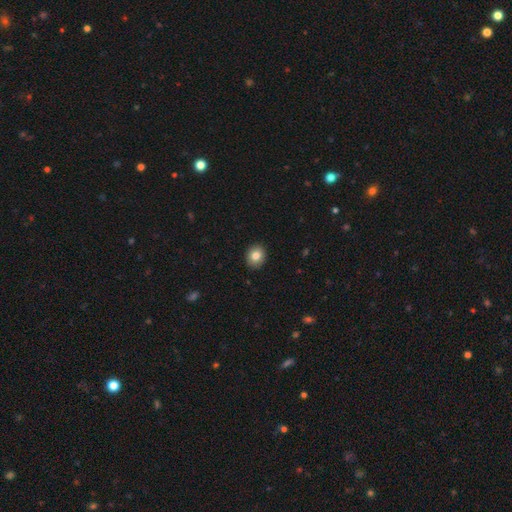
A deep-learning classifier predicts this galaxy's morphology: smooth_or_featured: smooth (p=0.82) [alt: star or artifact p=0.09]
how_rounded: round (p=0.68) [alt: in between p=0.31]
merging: none (p=0.91) [alt: minor disturbance p=0.06]